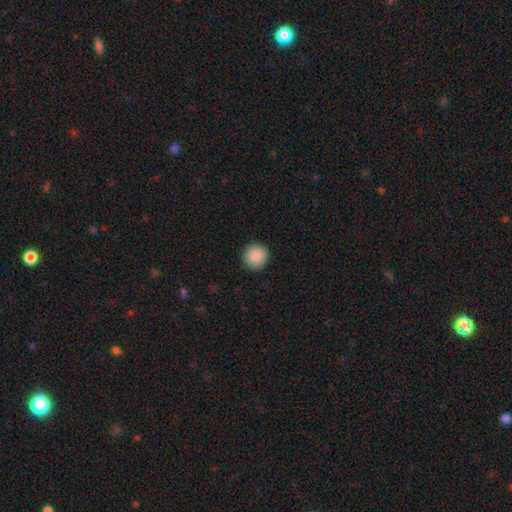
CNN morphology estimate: A smooth galaxy with no disk features (89%) that is round (95%). Merging: none (92%).